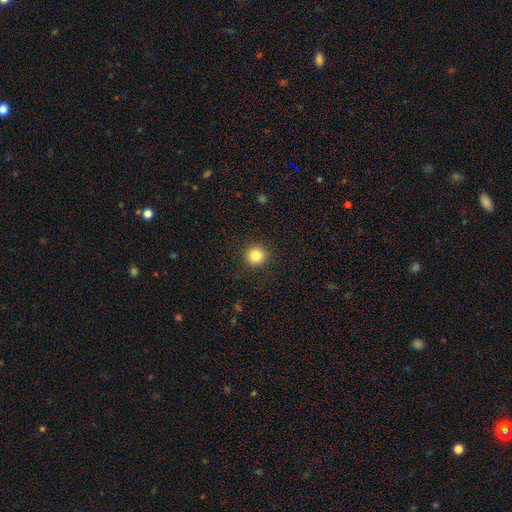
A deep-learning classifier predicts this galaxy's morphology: Smooth or featured: smooth — 84% (star or artifact — 11%)
How rounded: round — 93% (in between — 6%)
Merging: none — 92% (minor disturbance — 5%)